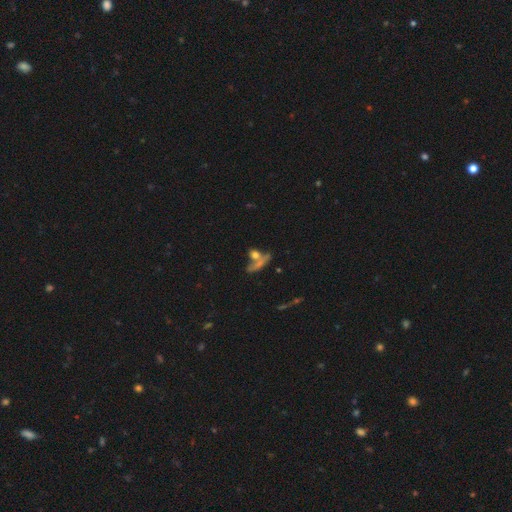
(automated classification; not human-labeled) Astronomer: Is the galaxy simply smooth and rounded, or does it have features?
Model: smooth — 57%.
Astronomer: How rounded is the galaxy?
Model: in between — 42% (runner-up: round, 37%).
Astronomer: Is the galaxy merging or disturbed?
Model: none — 40% (runner-up: merger, 38%).